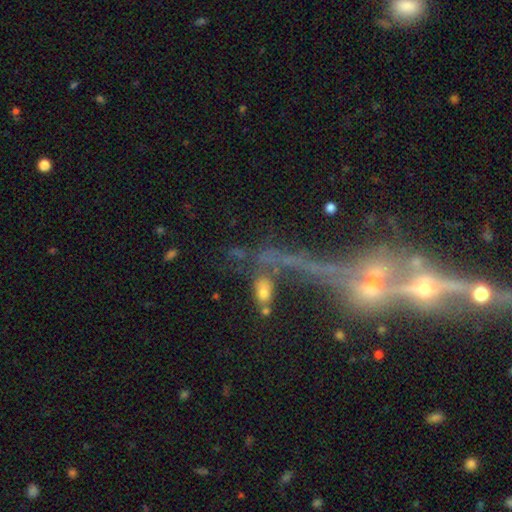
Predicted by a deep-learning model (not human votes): featured or disk 56%, star or artifact 28%, smooth 16%. Down the decision tree: edge-on disk — no (65%); merging — merger (59%).